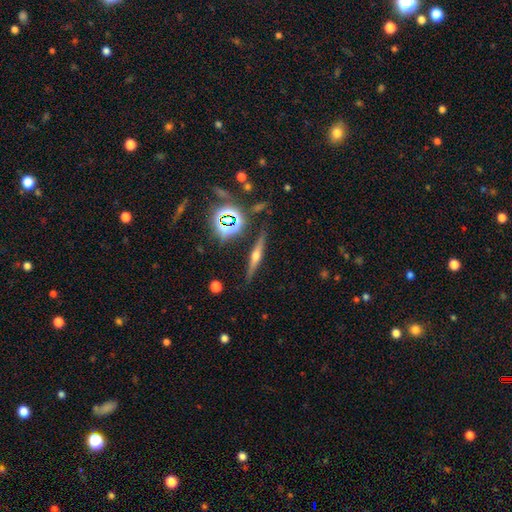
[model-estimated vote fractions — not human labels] Smooth or featured? featured or disk (62%)
Edge-on disk? yes (96%)
Edge-on bulge? rounded (90%)
Merging? none (87%)